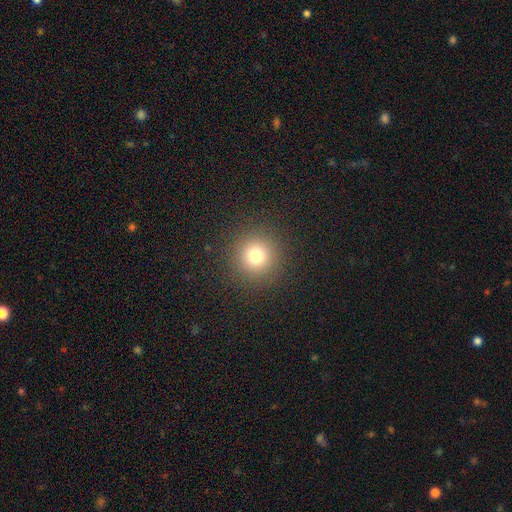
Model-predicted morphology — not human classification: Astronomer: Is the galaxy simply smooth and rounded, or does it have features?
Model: smooth — 76%.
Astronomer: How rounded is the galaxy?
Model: round — 95%.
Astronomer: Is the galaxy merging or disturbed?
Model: none — 91%.